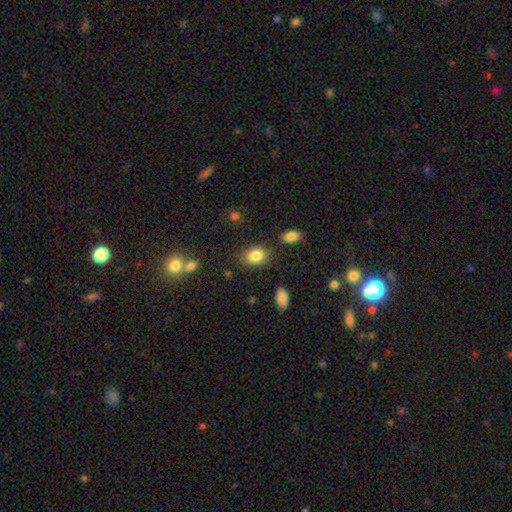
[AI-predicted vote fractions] This is clearly a smooth galaxy (84%). How rounded: likely in between (65%). Merging: likely none (79%).